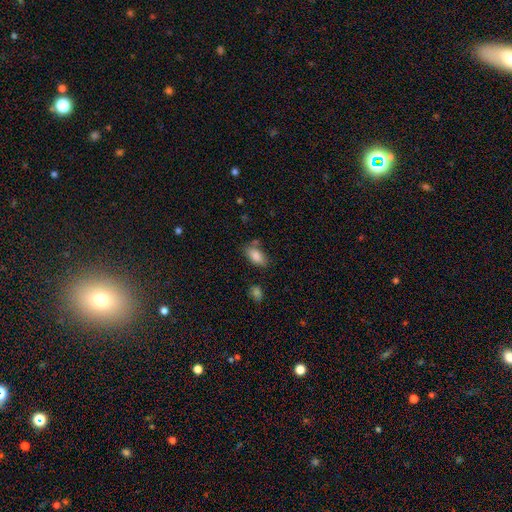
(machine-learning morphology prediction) smooth-or-featured: smooth: 84% | featured or disk: 8% | star or artifact: 8%
  how-rounded: in between: 91% | cigar-shaped: 6% | round: 3%
  merging: none: 69% | minor disturbance: 18% | merger: 8% | major disturbance: 5%